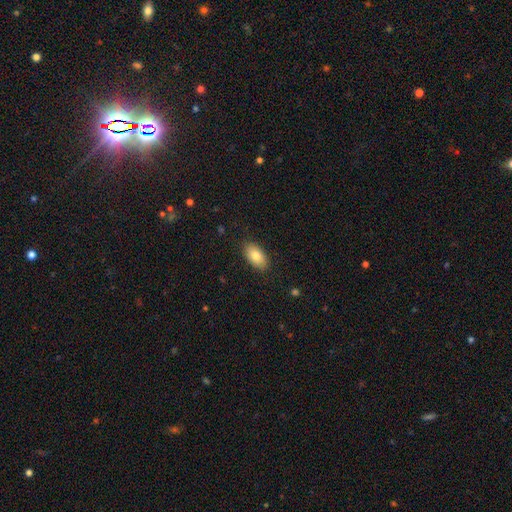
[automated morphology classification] A smooth galaxy with no disk features (83%) that is in between round and cigar-shaped (93%). Merging: none (87%).